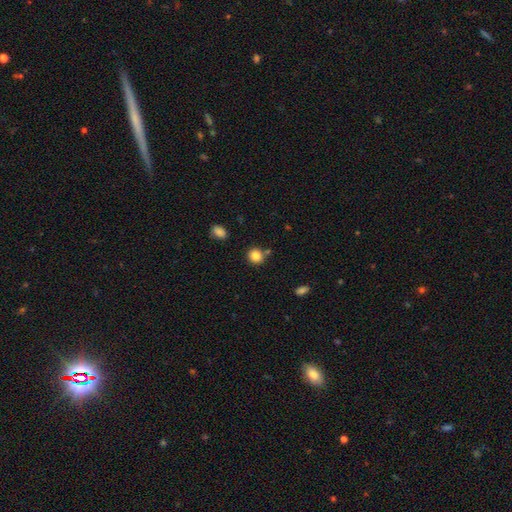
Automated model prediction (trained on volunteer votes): Smooth or featured? Predicted: smooth (p=0.84). How rounded? Predicted: round (p=0.86). Merging? Predicted: none (p=0.78).